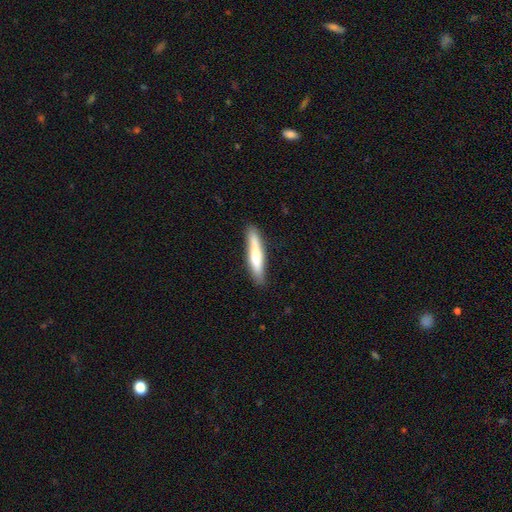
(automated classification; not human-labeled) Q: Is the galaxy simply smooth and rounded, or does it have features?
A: smooth — 68%.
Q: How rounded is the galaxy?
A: cigar-shaped — 90%.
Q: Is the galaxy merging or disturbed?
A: none — 84%.